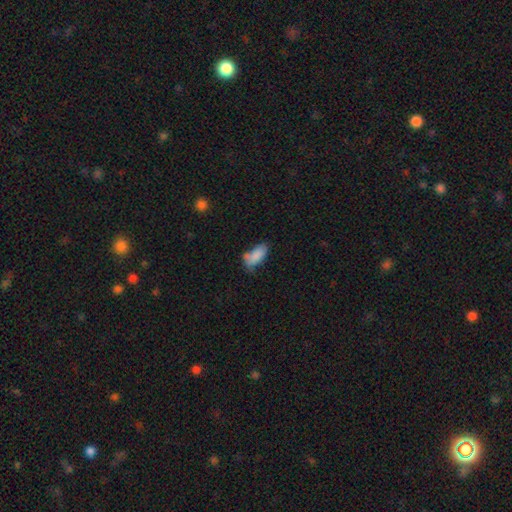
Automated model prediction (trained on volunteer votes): This appears to be a smooth galaxy with no disk features (82%) that is in between round and cigar-shaped (88%). Merging: none (45%).